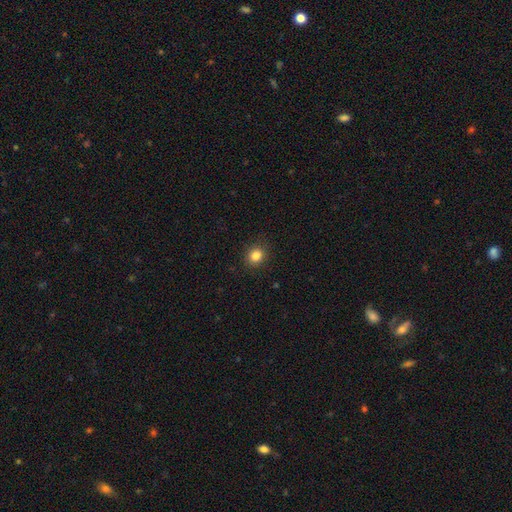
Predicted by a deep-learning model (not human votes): smooth 84%, star or artifact 11%, featured or disk 5%. Down the decision tree: how rounded — round (72%); merging — none (88%).